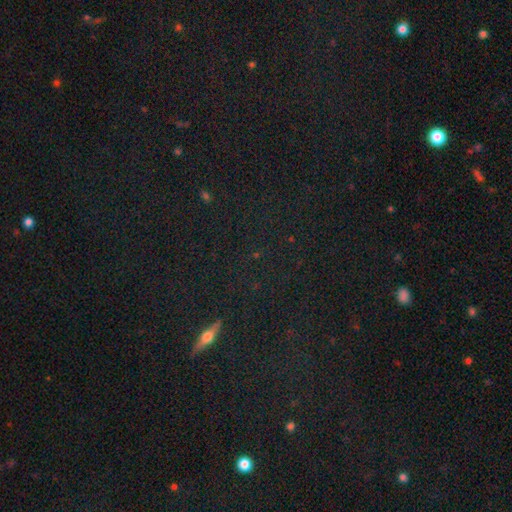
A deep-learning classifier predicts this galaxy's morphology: smooth-or-featured: star or artifact: 63% | smooth: 23% | featured or disk: 14%